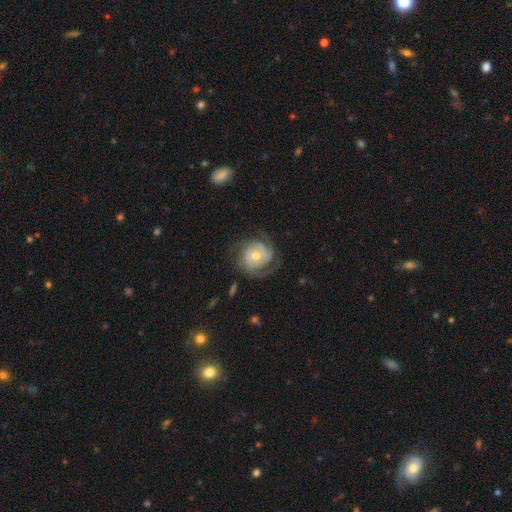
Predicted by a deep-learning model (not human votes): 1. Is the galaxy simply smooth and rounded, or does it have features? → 80% featured or disk, 14% smooth, 5% star or artifact.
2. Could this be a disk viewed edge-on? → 98% no, 2% yes.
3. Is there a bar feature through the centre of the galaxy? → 66% no, 28% weak, 7% strong.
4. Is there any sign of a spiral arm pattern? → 94% yes, 6% no.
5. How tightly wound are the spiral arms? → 49% tight, 37% medium, 14% loose.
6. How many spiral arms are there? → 44% 2, 22% 3, 18% can't tell, 6% 1, 5% 4, 4% more than 4.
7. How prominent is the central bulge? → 63% moderate, 31% small, 4% large, 1% none, 1% dominant.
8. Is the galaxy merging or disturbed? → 67% none, 18% minor disturbance, 14% major disturbance, 1% merger.